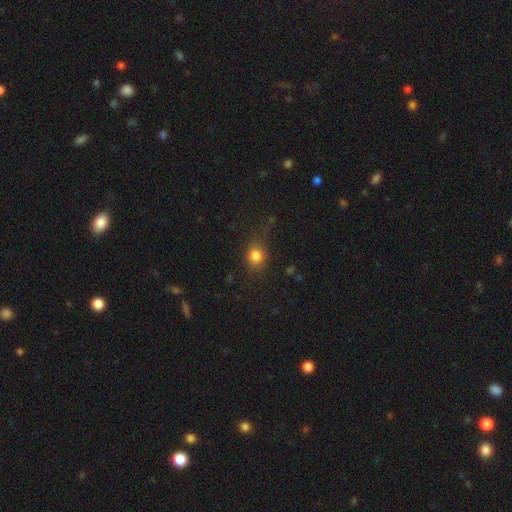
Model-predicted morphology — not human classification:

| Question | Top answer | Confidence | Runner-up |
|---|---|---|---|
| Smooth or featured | smooth | 80% | star or artifact (12%) |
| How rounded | round | 69% | in between (29%) |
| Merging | none | 71% | minor disturbance (19%) |